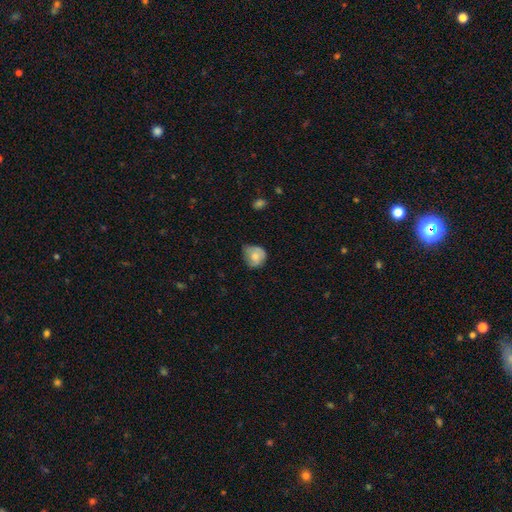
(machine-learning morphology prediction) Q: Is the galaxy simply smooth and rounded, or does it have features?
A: smooth — 72%.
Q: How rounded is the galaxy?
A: round — 74%.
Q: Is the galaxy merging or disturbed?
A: none — 45%.